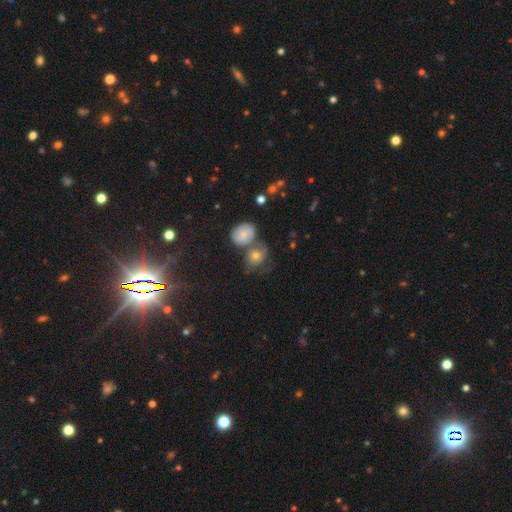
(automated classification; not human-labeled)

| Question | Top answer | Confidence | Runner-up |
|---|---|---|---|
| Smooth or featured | smooth | 65% | featured or disk (23%) |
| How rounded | round | 64% | in between (35%) |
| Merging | merger | 40% | none (37%) |